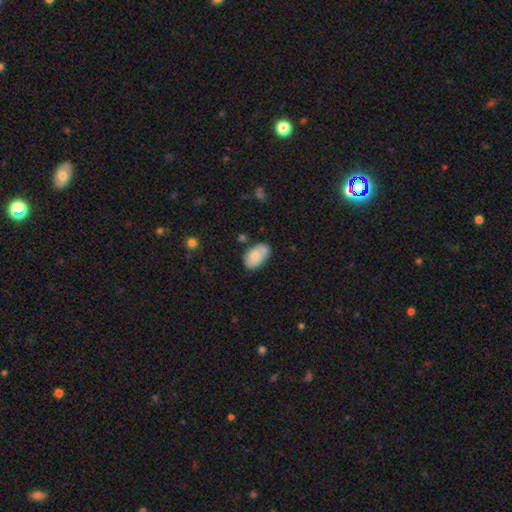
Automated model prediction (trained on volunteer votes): smooth 71%, featured or disk 22%, star or artifact 7%. Down the decision tree: how rounded — in between (91%); merging — none (55%).